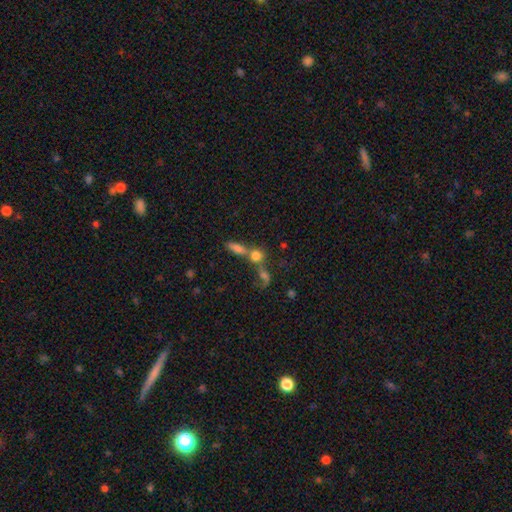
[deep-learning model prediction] A smooth galaxy with no disk features (70%) that is round (55%). Merging: merger (56%).